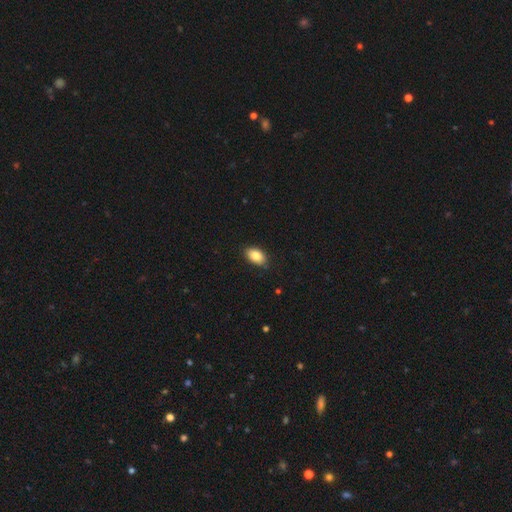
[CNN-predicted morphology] The model was most divided on "merging": none: 86%, minor disturbance: 11%, major disturbance: 2%, merger: 1%. More confident: how rounded — in between (91%); smooth or featured — smooth (85%).